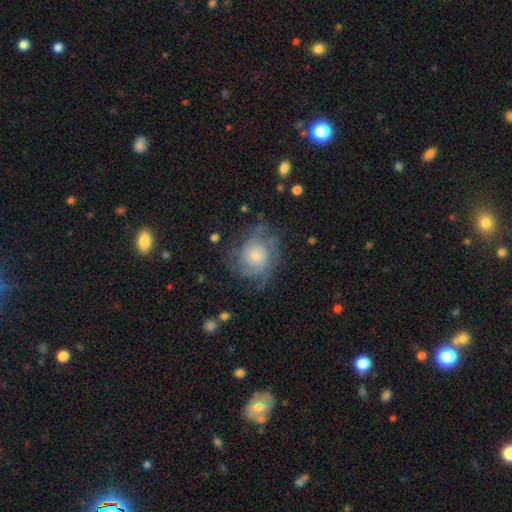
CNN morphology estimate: This appears to be a featured or disk galaxy (67%) with no bar (81%), tight (58%) spiral arms (88%) and a small central bulge (43%). Merging: none (68%).